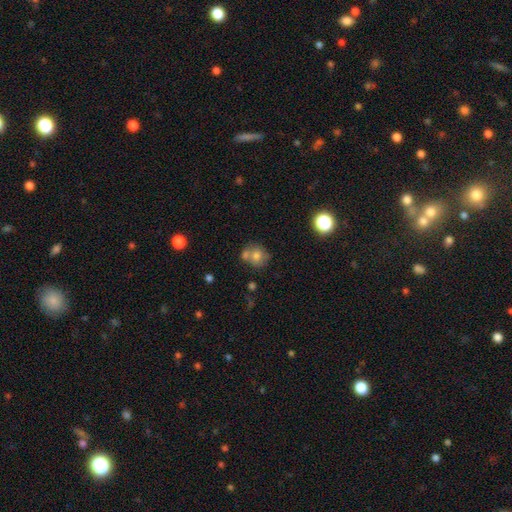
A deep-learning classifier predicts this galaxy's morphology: Smooth or featured: smooth — 67% (featured or disk — 19%)
How rounded: round — 80% (in between — 19%)
Merging: none — 50% (merger — 35%)